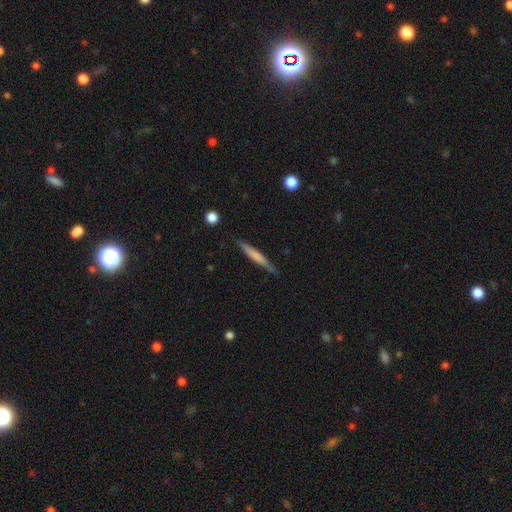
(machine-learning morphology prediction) This is likely a smooth galaxy (61%). How rounded: clearly cigar-shaped (94%). Merging: clearly none (83%).